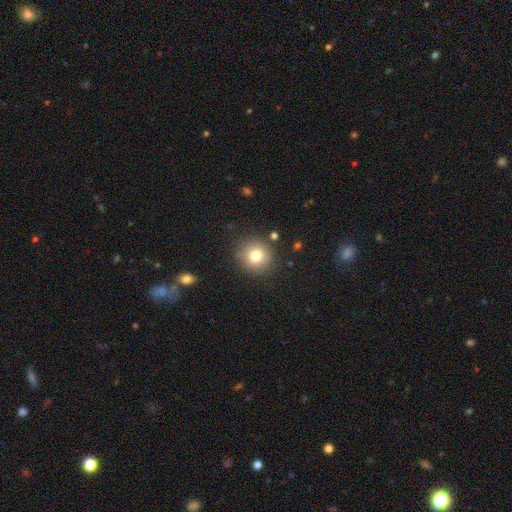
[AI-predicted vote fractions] Morphology: type=smooth (77%); roundness=round (90%); merging=none (87%).